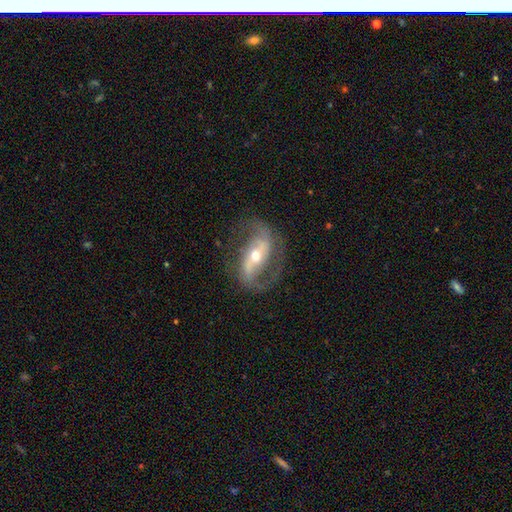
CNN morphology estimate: featured or disk 87%, smooth 7%, star or artifact 5%. Down the decision tree: edge-on disk — no (96%); bar — strong (44%); spiral arms — yes (95%); spiral arm count — 2 (90%); spiral winding — medium (48%); bulge size — moderate (60%); merging — none (75%).